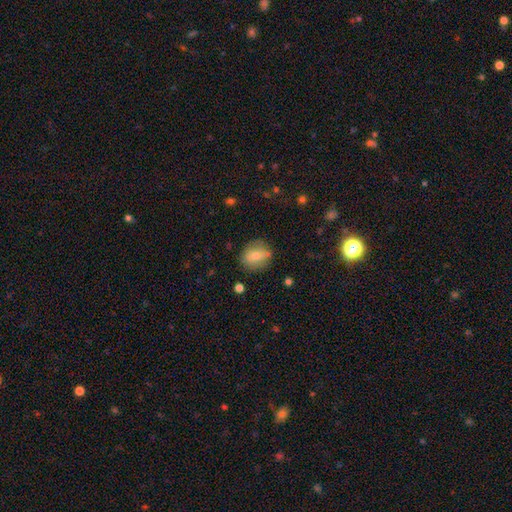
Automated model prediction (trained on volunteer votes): Smooth or featured? Predicted: smooth (p=0.70). How rounded? Predicted: round (p=0.55). Merging? Predicted: none (p=0.75).